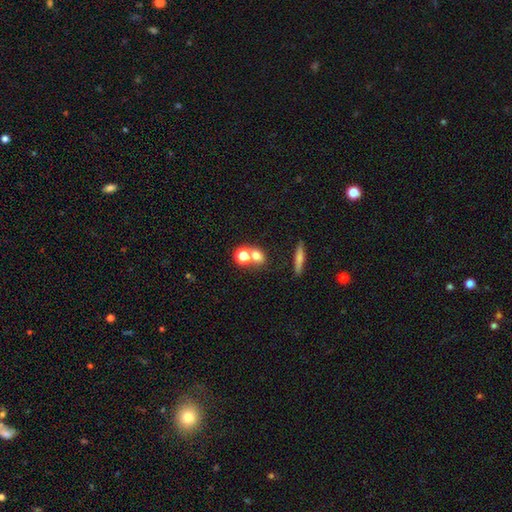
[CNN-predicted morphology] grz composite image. It shows a smooth galaxy with no disk features (71%) that is round (66%). Merging: merger (46%).